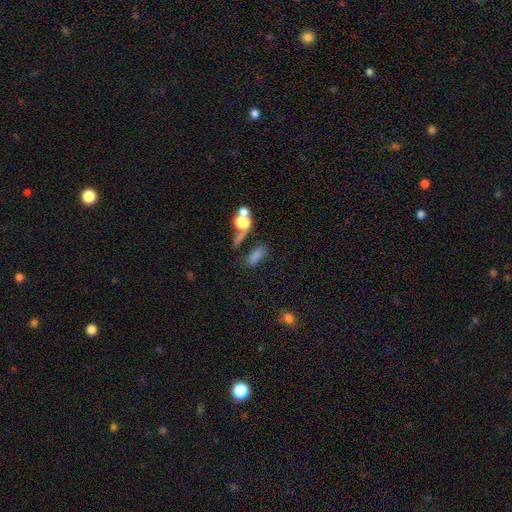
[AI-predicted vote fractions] Smooth or featured? smooth (62%)
How rounded? in between (55%)
Merging? none (55%)